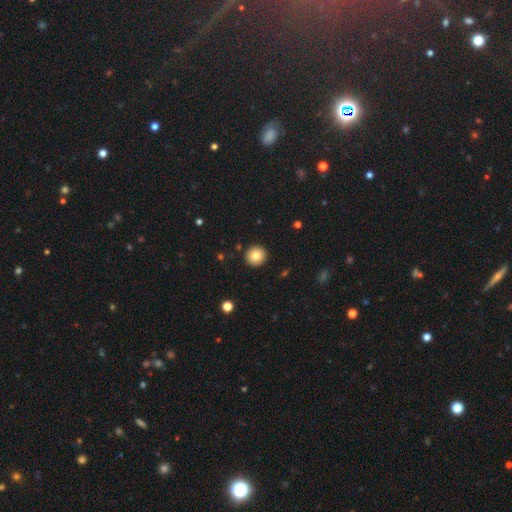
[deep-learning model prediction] A smooth galaxy with no disk features (83%) that is round (94%).

Vote fractions:
- Smooth or featured? smooth: 83% / star or artifact: 10% / featured or disk: 7%
- How rounded? round: 94% / in between: 5% / cigar-shaped: 1%
- Merging? none: 92% / minor disturbance: 5% / major disturbance: 2% / merger: 1%